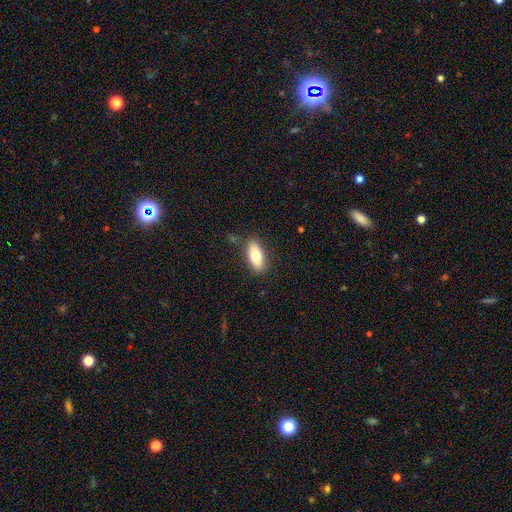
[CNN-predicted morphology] Smooth or featured? smooth (77%)
How rounded? in between (80%)
Merging? none (84%)